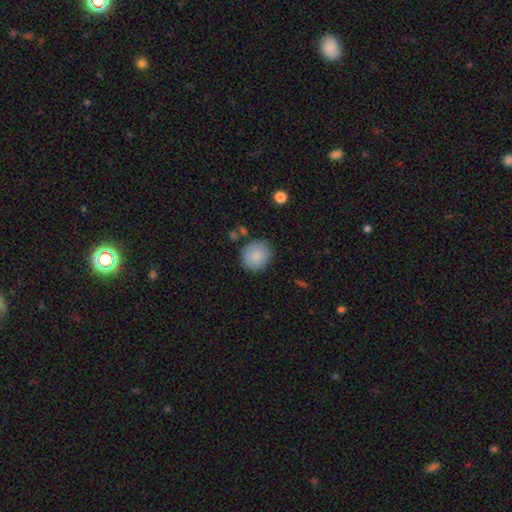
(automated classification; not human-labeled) A smooth galaxy with no disk features (86%) that is round (83%). Merging: none (82%).